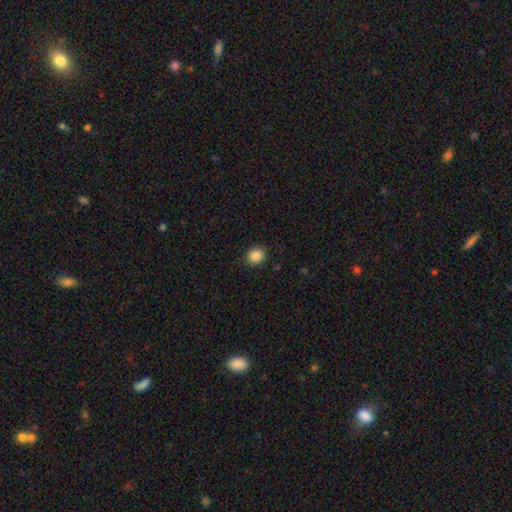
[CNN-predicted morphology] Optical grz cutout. It shows a smooth galaxy with no disk features (87%) that is round (86%). Merging: none (88%).